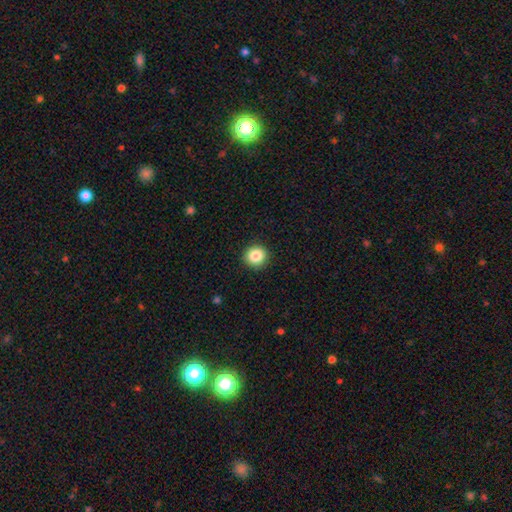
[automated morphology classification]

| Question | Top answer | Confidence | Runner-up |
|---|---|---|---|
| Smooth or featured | smooth | 86% | star or artifact (10%) |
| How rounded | round | 93% | in between (6%) |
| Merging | none | 92% | minor disturbance (5%) |